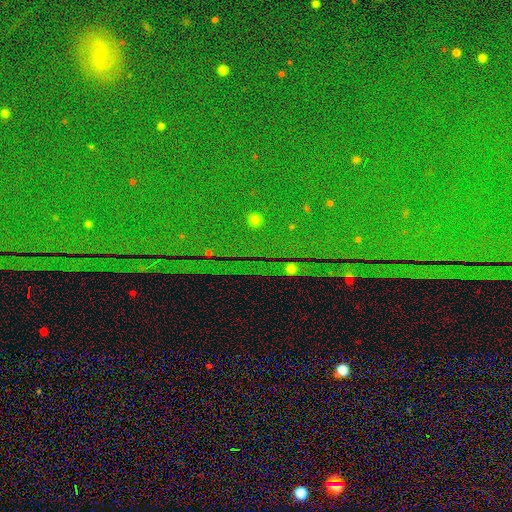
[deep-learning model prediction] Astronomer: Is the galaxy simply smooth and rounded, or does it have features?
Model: star or artifact — 86%.